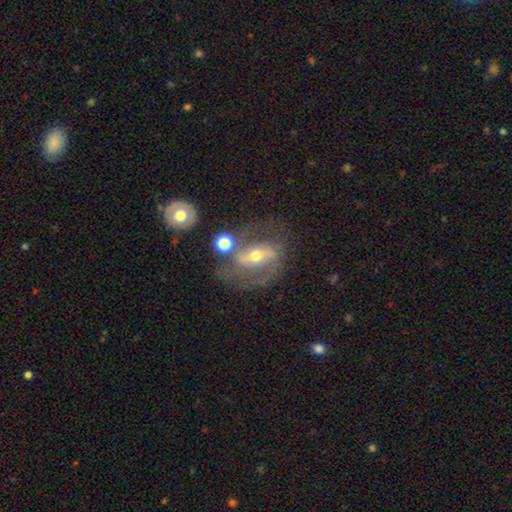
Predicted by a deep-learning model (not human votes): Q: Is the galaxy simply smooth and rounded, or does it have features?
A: featured or disk — 82%.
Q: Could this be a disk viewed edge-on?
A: no — 96%.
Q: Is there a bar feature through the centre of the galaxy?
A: strong — 47%.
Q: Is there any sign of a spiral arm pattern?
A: yes — 91%.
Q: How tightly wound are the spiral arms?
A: medium — 53%.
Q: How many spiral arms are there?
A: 2 — 83%.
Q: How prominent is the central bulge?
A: moderate — 63%.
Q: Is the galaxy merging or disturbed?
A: none — 57%.